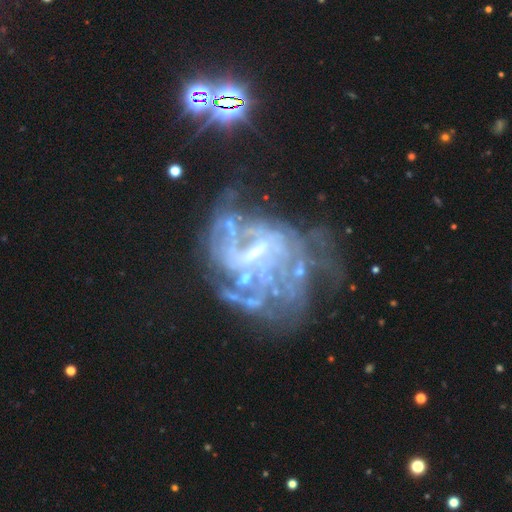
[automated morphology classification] Q: Smooth or featured?
A: featured or disk (80%); runner-up: star or artifact (12%)
Q: Edge-on disk?
A: no (97%); runner-up: yes (3%)
Q: Bar?
A: weak (45%); runner-up: strong (28%)
Q: Spiral arms?
A: yes (68%); runner-up: no (32%)
Q: Spiral winding?
A: tight (39%); runner-up: medium (37%)
Q: Spiral arm count?
A: can't tell (55%); runner-up: 2 (15%)
Q: Bulge size?
A: small (40%); runner-up: none (30%)
Q: Merging?
A: major disturbance (40%); runner-up: none (31%)